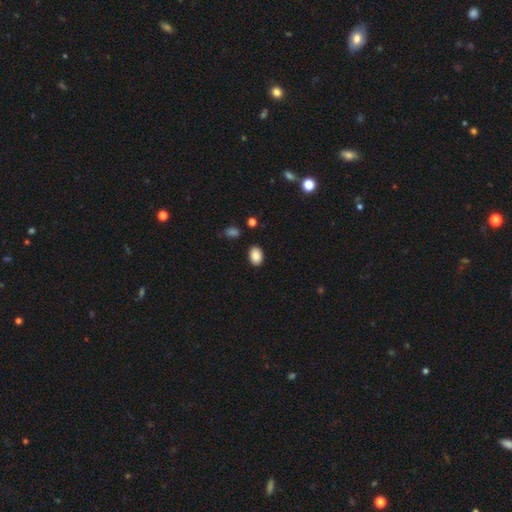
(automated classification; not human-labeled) smooth_or_featured: smooth (p=0.88) [alt: star or artifact p=0.08]
how_rounded: in between (p=0.81) [alt: round p=0.17]
merging: none (p=0.86) [alt: minor disturbance p=0.09]